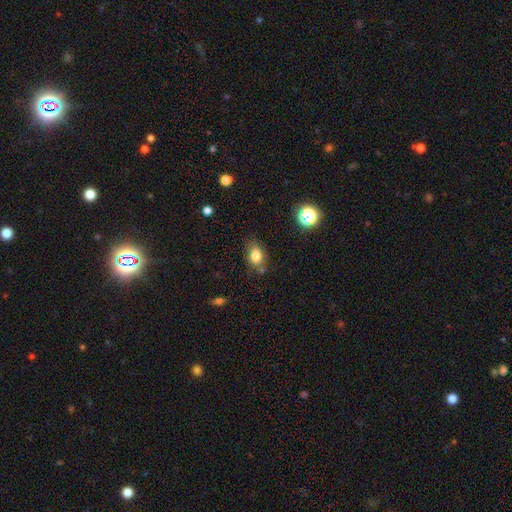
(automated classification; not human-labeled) The model was most divided on "how rounded": in between: 73%, round: 25%, cigar-shaped: 2%. More confident: smooth or featured — smooth (79%); merging — none (71%).